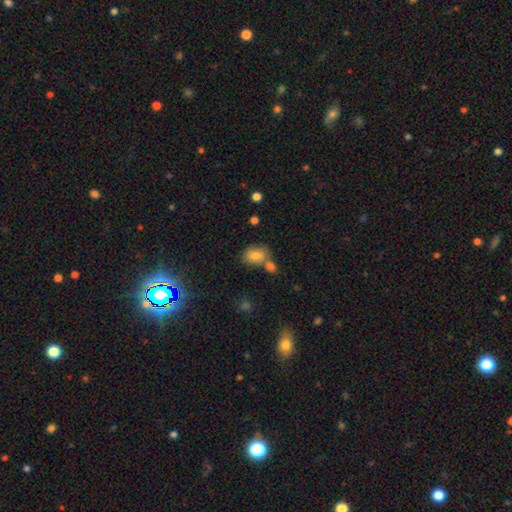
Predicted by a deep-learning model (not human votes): Morphology: type=smooth (77%); roundness=in between (74%); merging=none (55%).